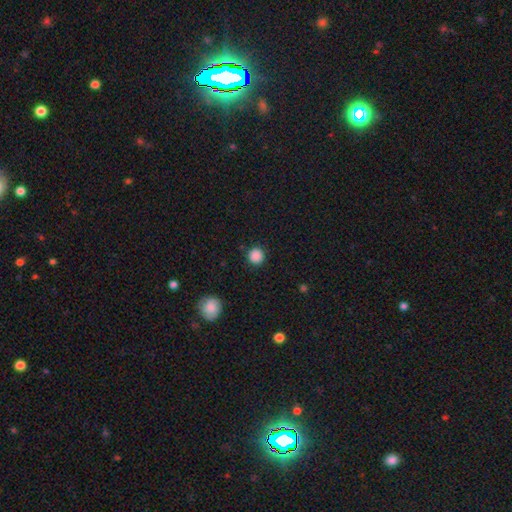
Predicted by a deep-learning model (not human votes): Smooth or featured? smooth (87%)
How rounded? round (94%)
Merging? none (90%)